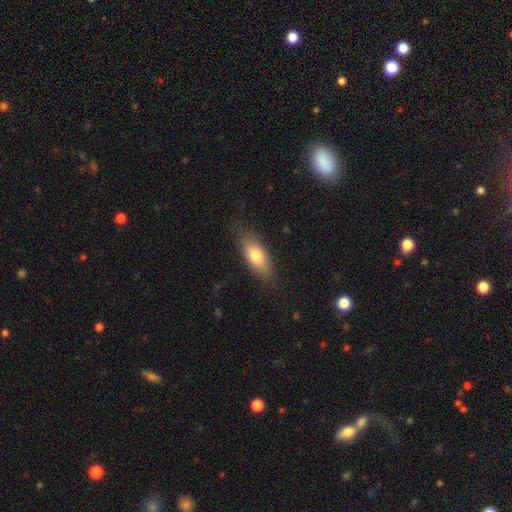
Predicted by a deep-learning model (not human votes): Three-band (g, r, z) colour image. It shows a smooth galaxy with no disk features (75%) that is in between round and cigar-shaped (76%). Merging: none (81%).